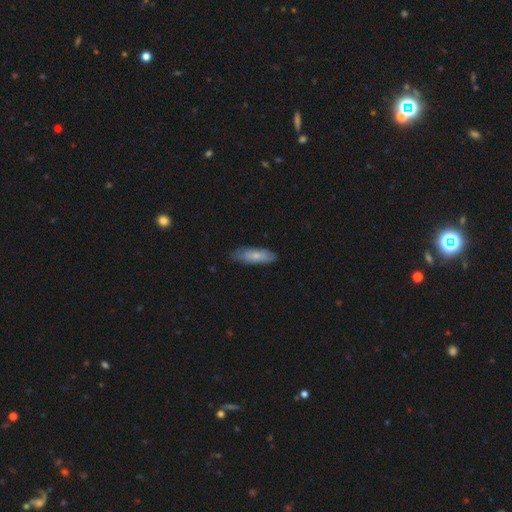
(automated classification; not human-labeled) This appears to be a smooth galaxy with no disk features (67%) that is in between round and cigar-shaped (59%). Merging: none (74%).